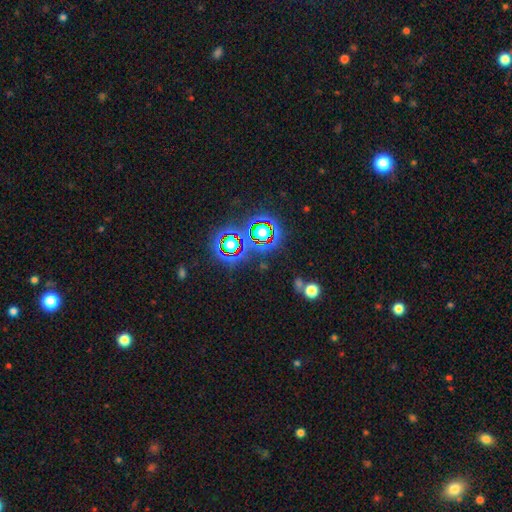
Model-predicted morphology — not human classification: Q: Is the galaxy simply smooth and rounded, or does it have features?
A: star or artifact — 62%.